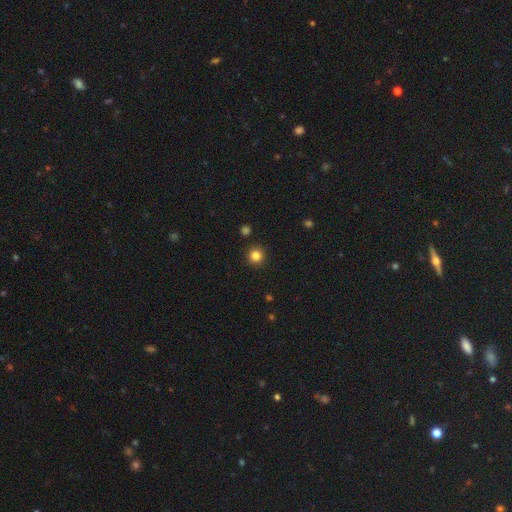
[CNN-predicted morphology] Smooth or featured?
  - smooth: 83% *
  - star or artifact: 13%
  - featured or disk: 4%
How rounded?
  - round: 95% *
  - in between: 4%
  - cigar-shaped: 1%
Merging?
  - none: 92% *
  - minor disturbance: 5%
  - major disturbance: 2%
  - merger: 2%